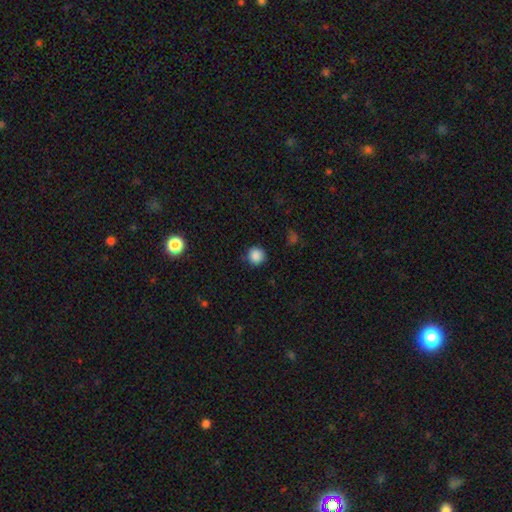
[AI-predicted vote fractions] A smooth galaxy with no disk features (86%) that is round (93%). Merging: none (85%).